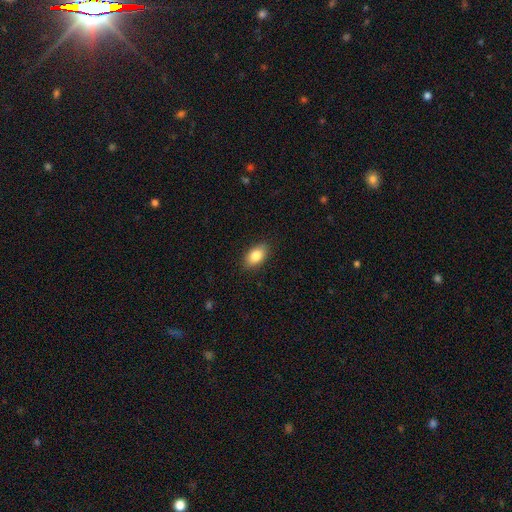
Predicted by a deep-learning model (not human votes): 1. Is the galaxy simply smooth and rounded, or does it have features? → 85% smooth, 8% featured or disk, 7% star or artifact.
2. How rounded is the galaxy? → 90% in between, 7% round, 2% cigar-shaped.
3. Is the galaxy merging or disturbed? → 88% none, 9% minor disturbance, 2% major disturbance, 1% merger.